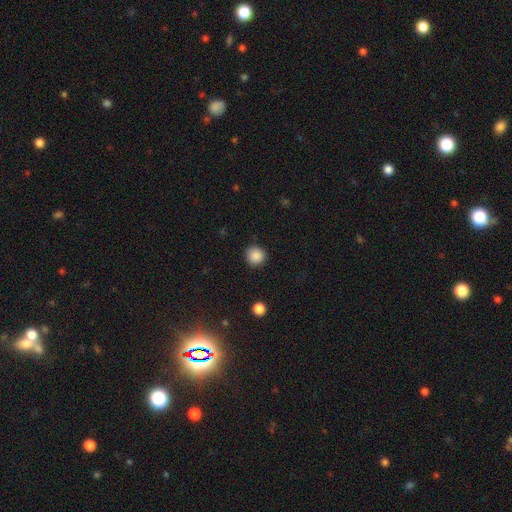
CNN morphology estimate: smooth_or_featured: smooth (p=0.87) [alt: star or artifact p=0.10]
how_rounded: round (p=0.93) [alt: in between p=0.06]
merging: none (p=0.89) [alt: minor disturbance p=0.07]